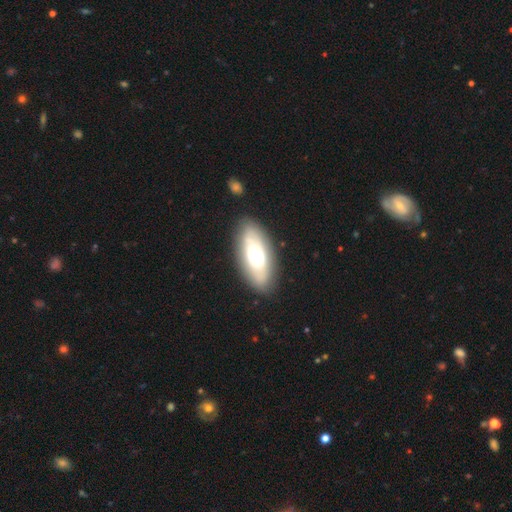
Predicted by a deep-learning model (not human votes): The model was most divided on "smooth or featured": smooth: 53%, featured or disk: 40%, star or artifact: 7%. More confident: merging — none (84%); how rounded — in between (80%).